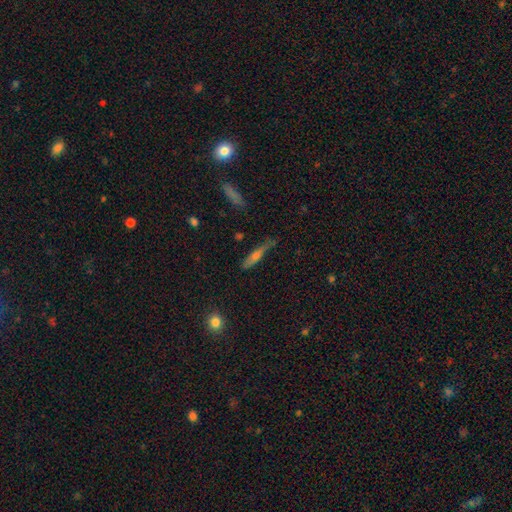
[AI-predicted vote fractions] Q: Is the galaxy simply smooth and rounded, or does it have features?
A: smooth — 49%.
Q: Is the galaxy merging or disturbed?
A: none — 67%.